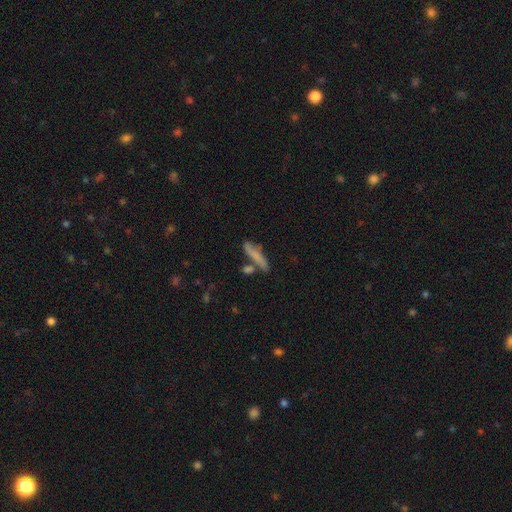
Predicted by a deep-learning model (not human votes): A smooth galaxy with no disk features (72%) that is cigar-shaped (84%). Merging: none (63%).